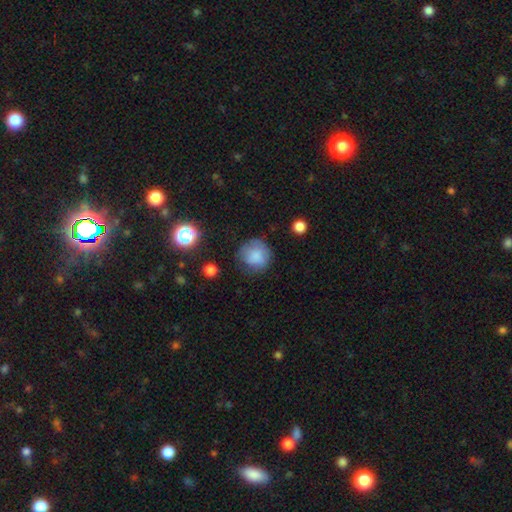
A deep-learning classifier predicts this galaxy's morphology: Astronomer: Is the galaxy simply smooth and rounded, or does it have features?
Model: smooth — 79%.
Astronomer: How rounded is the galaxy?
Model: round — 87%.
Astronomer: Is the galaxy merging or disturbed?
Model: none — 63%.